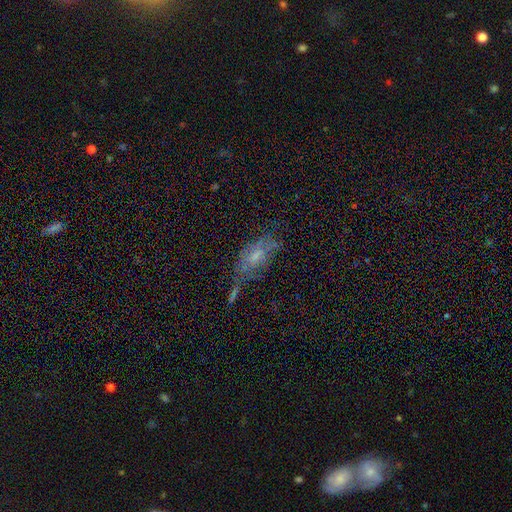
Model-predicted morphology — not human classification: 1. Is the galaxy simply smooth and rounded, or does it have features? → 42% featured or disk, 39% smooth, 19% star or artifact.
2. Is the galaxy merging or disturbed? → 43% none, 25% minor disturbance, 19% major disturbance, 13% merger.